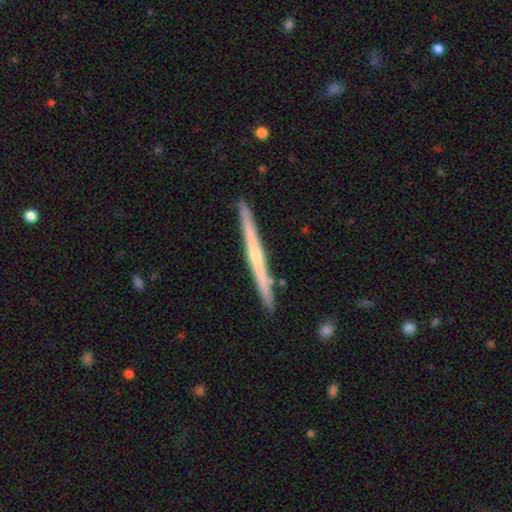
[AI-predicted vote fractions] Morphology: type=featured or disk (66%); edge-on=yes (98%); edge-on bulge=none (51%); merging=none (91%).